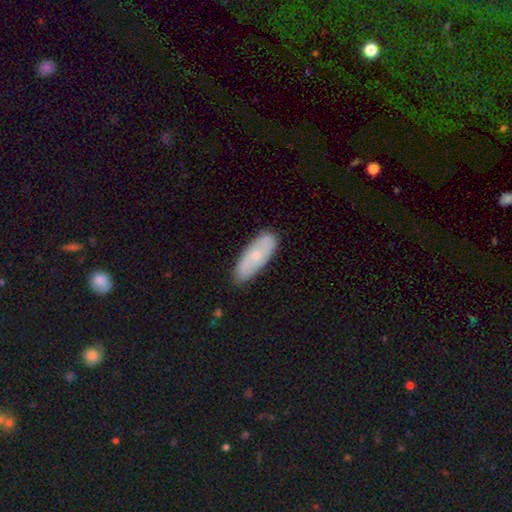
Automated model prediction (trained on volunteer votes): A smooth galaxy with no disk features (51%) that is in between round and cigar-shaped (71%).

Vote fractions:
- Smooth or featured? smooth: 51% / featured or disk: 43% / star or artifact: 6%
- How rounded? in between: 71% / cigar-shaped: 26% / round: 3%
- Merging? none: 82% / minor disturbance: 14% / major disturbance: 3% / merger: 1%